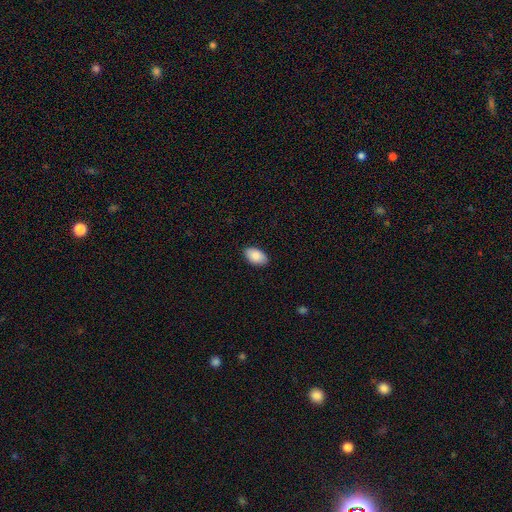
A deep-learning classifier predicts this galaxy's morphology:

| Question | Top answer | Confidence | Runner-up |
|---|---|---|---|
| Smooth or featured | smooth | 85% | featured or disk (8%) |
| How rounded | in between | 93% | round (6%) |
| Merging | none | 87% | minor disturbance (10%) |